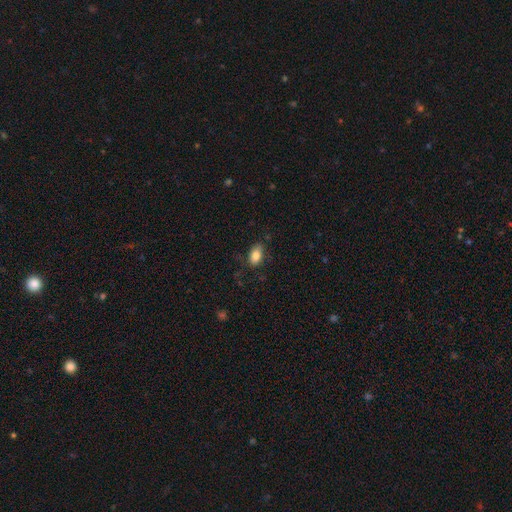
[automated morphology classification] A smooth galaxy with no disk features (83%) that is in between round and cigar-shaped (91%). Merging: none (76%).